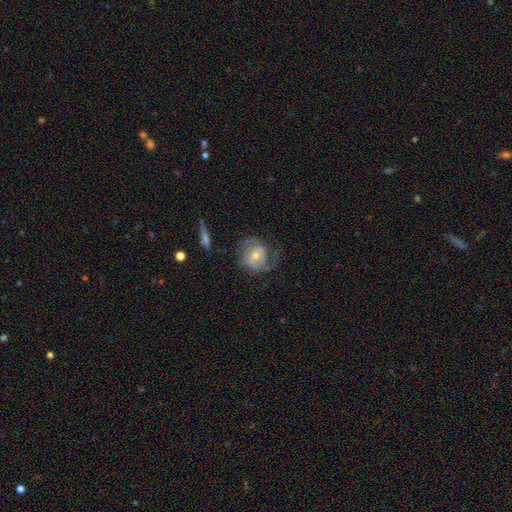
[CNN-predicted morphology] Overall: featured or disk (66%; smooth 27%). Edge-on disk: no (97%). Bar: no (46%; weak 41%). Spiral arms: yes (85%). Spiral arm count: 2 (66%). Spiral winding: medium (44%; tight 31%). Bulge size: moderate (47%; small 45%). Merging: none (54%; major disturbance 22%).